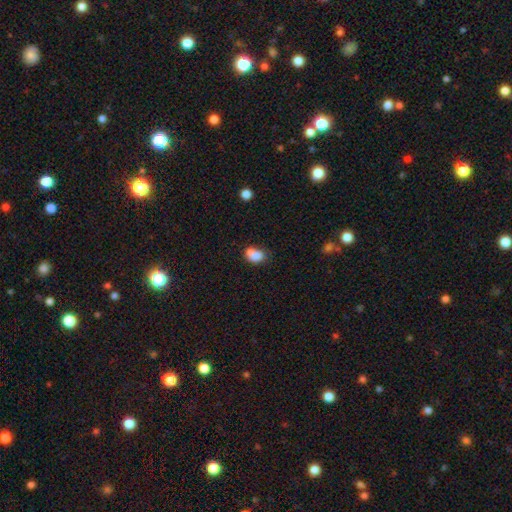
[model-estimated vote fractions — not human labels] The model was most divided on "how rounded": in between: 58%, round: 41%, cigar-shaped: 1%. More confident: smooth or featured — smooth (75%); merging — merger (55%).